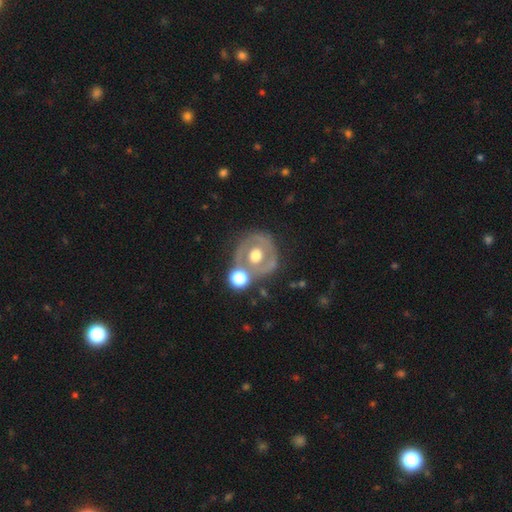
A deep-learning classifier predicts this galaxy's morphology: Smooth or featured? Predicted: featured or disk (p=0.55). Edge-on disk? Predicted: no (p=0.95). Bar? Predicted: no (p=0.87). Spiral arms? Predicted: no (p=0.82). Bulge size? Predicted: moderate (p=0.63). Merging? Predicted: none (p=0.62).